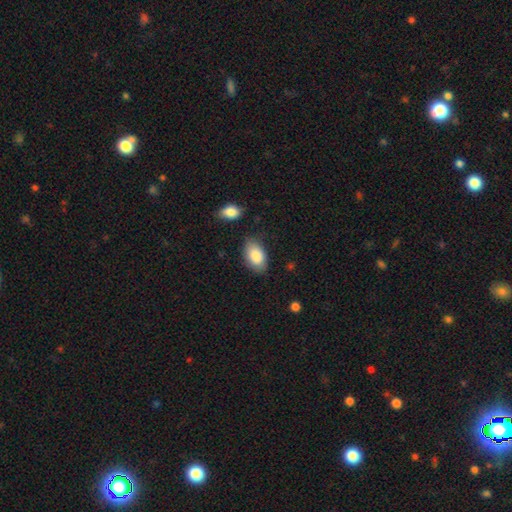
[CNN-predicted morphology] Smooth or featured: smooth — 87% (featured or disk — 7%)
How rounded: in between — 92% (round — 6%)
Merging: none — 78% (minor disturbance — 16%)